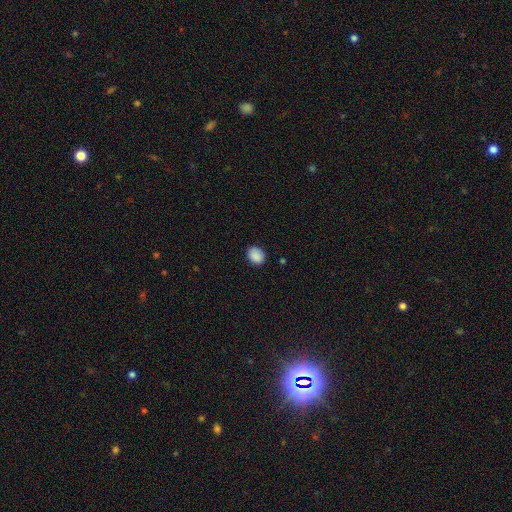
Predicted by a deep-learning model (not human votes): This is clearly a smooth galaxy (89%). How rounded: possibly round (50%). Merging: clearly none (86%).